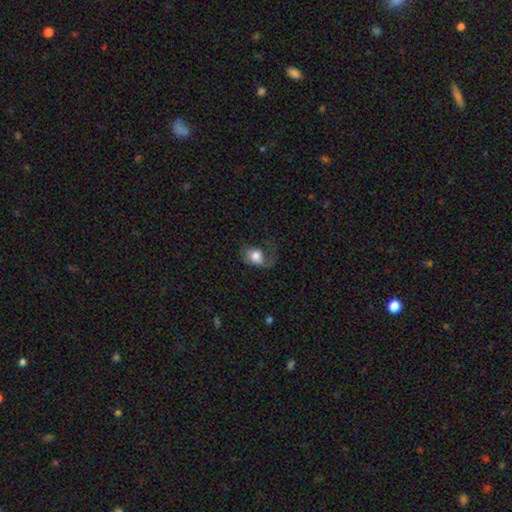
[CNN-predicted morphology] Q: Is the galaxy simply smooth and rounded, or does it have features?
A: smooth — 64%.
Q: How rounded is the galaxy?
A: in between — 65%.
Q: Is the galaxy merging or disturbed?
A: major disturbance — 49%.